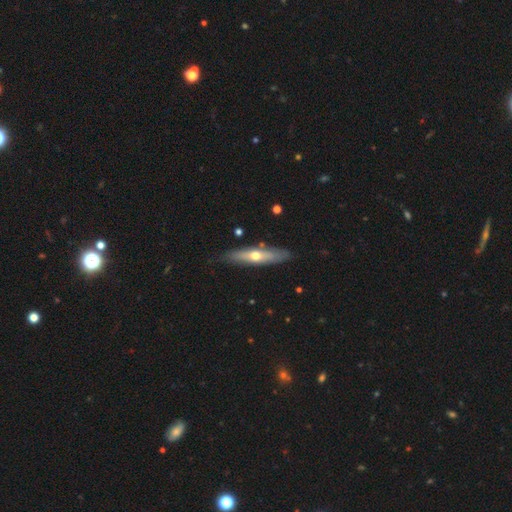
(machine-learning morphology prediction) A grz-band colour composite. It shows a featured or disk galaxy (50%) viewed edge-on (73%). Merging: none (82%).